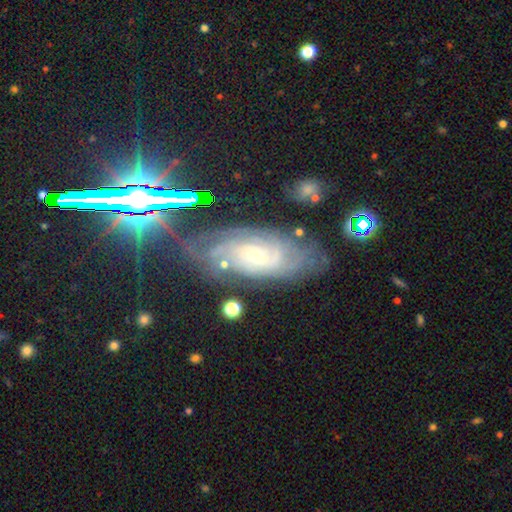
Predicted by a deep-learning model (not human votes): Q: Smooth or featured?
A: featured or disk (73%); runner-up: star or artifact (14%)
Q: Edge-on disk?
A: no (92%); runner-up: yes (8%)
Q: Bar?
A: no (68%); runner-up: weak (26%)
Q: Spiral arms?
A: yes (93%); runner-up: no (7%)
Q: Spiral winding?
A: tight (66%); runner-up: medium (27%)
Q: Spiral arm count?
A: can't tell (50%); runner-up: 2 (18%)
Q: Bulge size?
A: small (72%); runner-up: moderate (24%)
Q: Merging?
A: none (68%); runner-up: minor disturbance (20%)